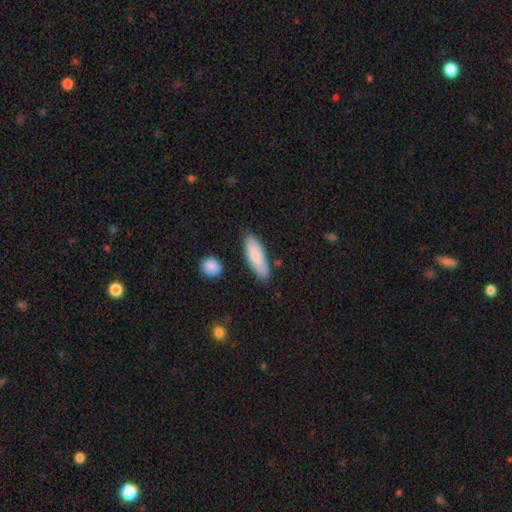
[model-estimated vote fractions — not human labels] Morphology: type=smooth (84%); roundness=in between (59%); merging=none (79%).